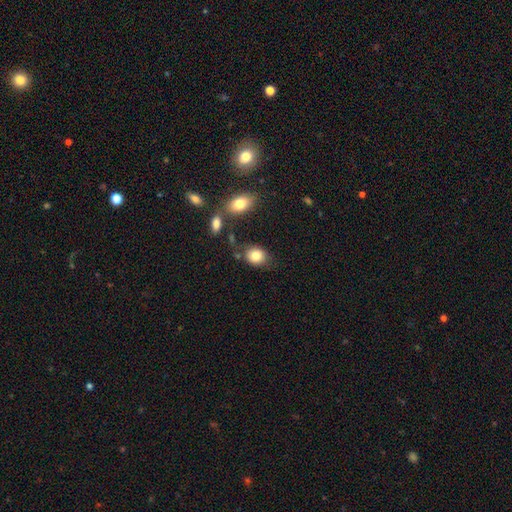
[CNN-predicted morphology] Smooth or featured: smooth — 84% (star or artifact — 9%)
How rounded: round — 53% (in between — 46%)
Merging: none — 68% (minor disturbance — 18%)